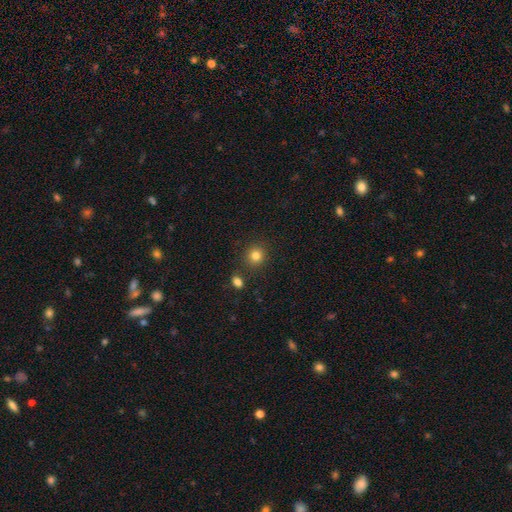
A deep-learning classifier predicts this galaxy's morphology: smooth 83%, star or artifact 12%, featured or disk 5%. Down the decision tree: how rounded — round (88%); merging — none (86%).